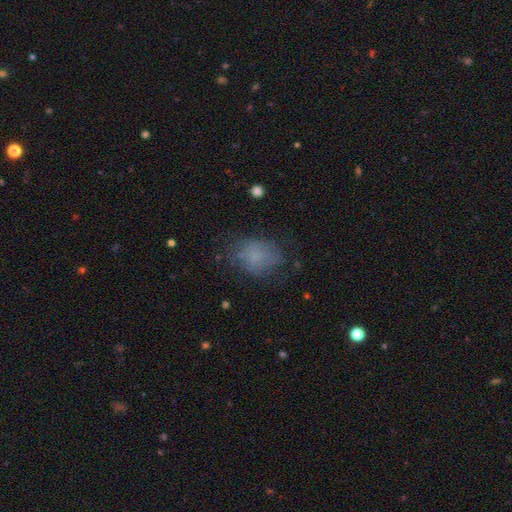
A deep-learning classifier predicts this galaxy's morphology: Smooth or featured: smooth — 68% (featured or disk — 19%)
How rounded: in between — 56% (round — 43%)
Merging: none — 61% (minor disturbance — 23%)